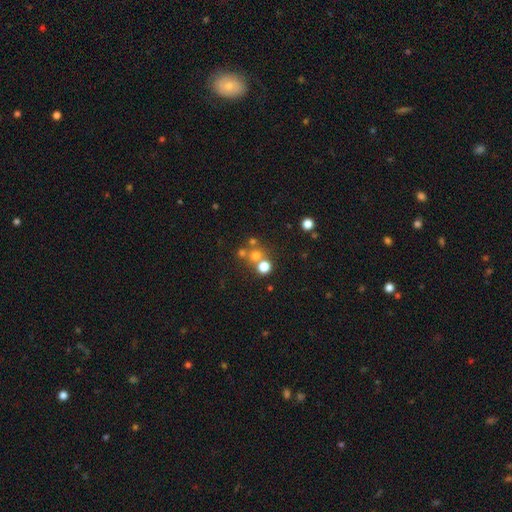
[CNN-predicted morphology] type=smooth (64%); roundness=round (88%); merging=none (57%).